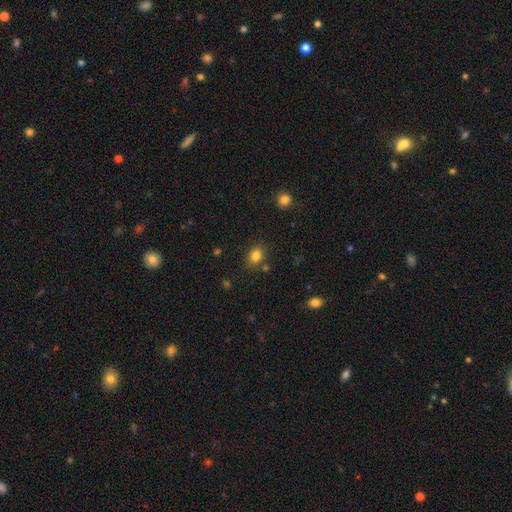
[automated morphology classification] This appears to be a smooth galaxy with no disk features (83%) that is in between round and cigar-shaped (56%). Merging: none (80%).